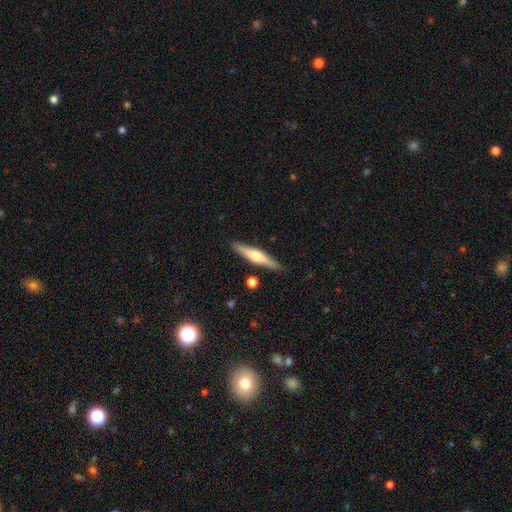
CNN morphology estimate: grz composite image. It shows a featured or disk galaxy (59%) viewed edge-on (96%) with a rounded central bulge (89%). Merging: none (88%).